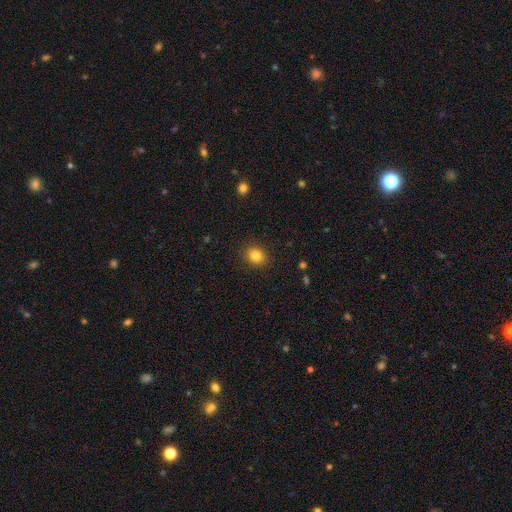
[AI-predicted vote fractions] Smooth or featured? Predicted: smooth (p=0.84). How rounded? Predicted: round (p=0.68). Merging? Predicted: none (p=0.90).